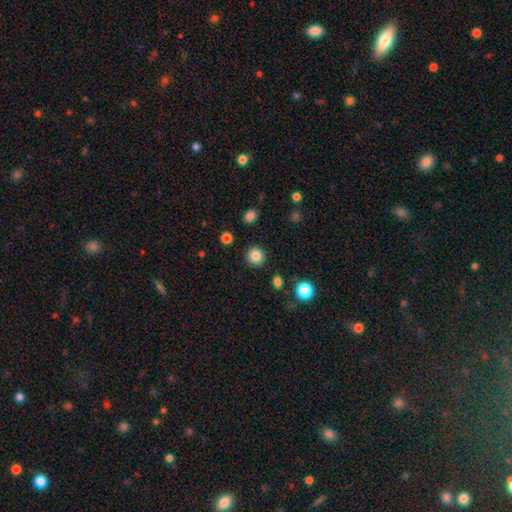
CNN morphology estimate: Smooth or featured?
  - smooth: 84% *
  - star or artifact: 11%
  - featured or disk: 5%
How rounded?
  - round: 93% *
  - in between: 6%
  - cigar-shaped: 1%
Merging?
  - none: 91% *
  - minor disturbance: 6%
  - major disturbance: 2%
  - merger: 2%